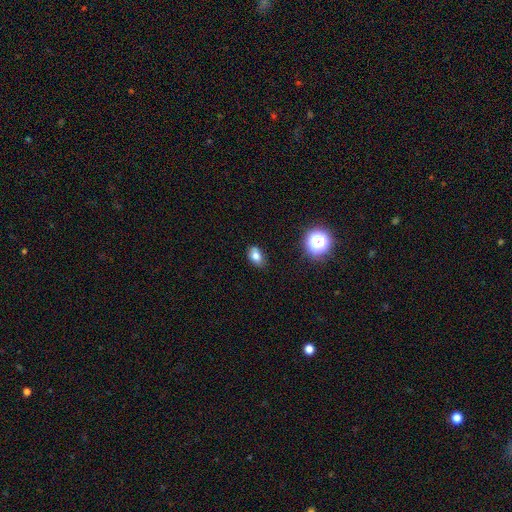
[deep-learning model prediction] This appears to be a smooth galaxy with no disk features (77%) that is in between round and cigar-shaped (84%). Merging: none (80%).